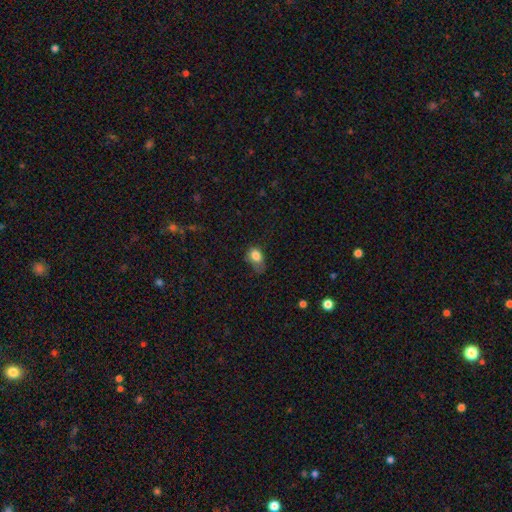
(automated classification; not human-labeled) Smooth or featured? Predicted: smooth (p=0.80). How rounded? Predicted: in between (p=0.72). Merging? Predicted: minor disturbance (p=0.39).